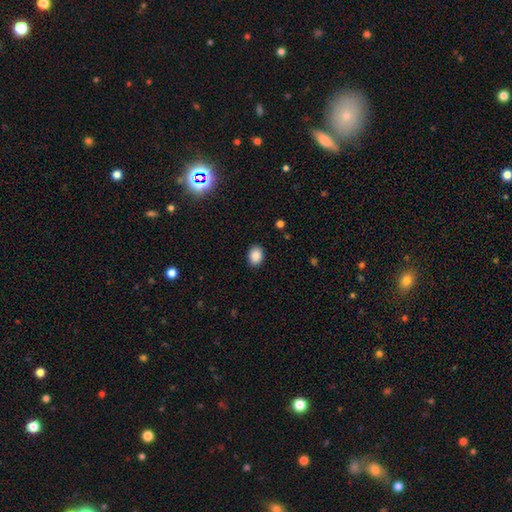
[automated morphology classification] Smooth or featured? Predicted: smooth (p=0.88). How rounded? Predicted: in between (p=0.61). Merging? Predicted: none (p=0.88).